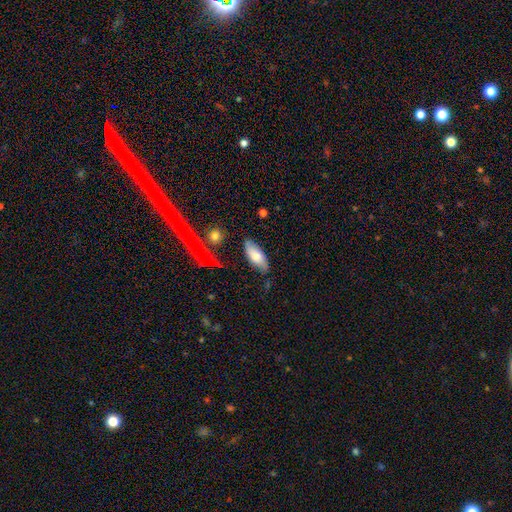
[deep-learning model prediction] Smooth or featured? Predicted: smooth (p=0.68). How rounded? Predicted: in between (p=0.83). Merging? Predicted: none (p=0.69).